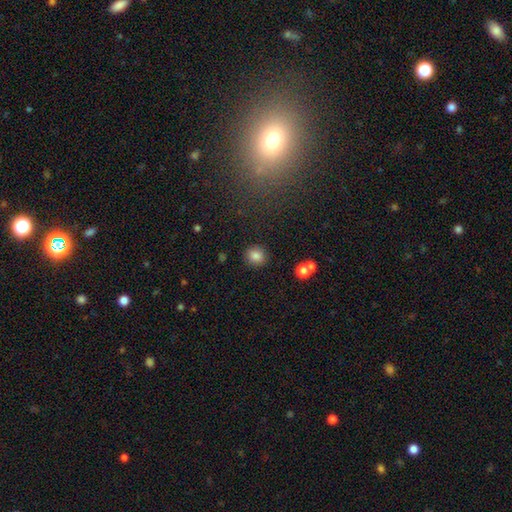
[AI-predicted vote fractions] Q: Smooth or featured?
A: smooth (84%); runner-up: star or artifact (10%)
Q: How rounded?
A: round (83%); runner-up: in between (16%)
Q: Merging?
A: none (88%); runner-up: minor disturbance (7%)